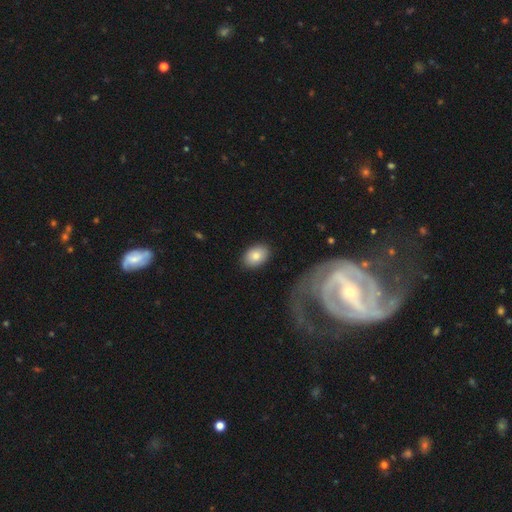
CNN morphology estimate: type=smooth (82%); roundness=in between (84%); merging=none (87%).